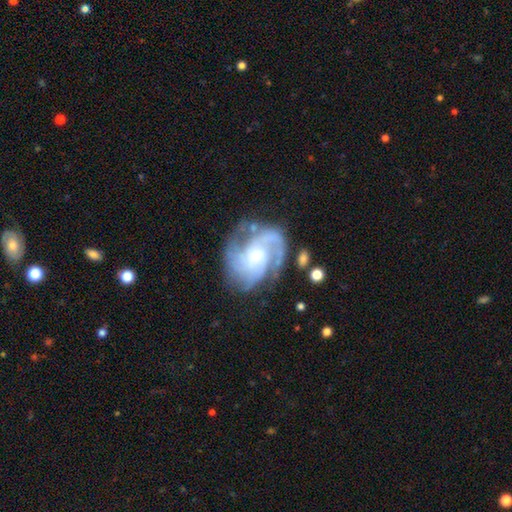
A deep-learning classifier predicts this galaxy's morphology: type=featured or disk (88%); edge-on=no (98%); bar=no (56%); spiral arms=yes (97%); winding=tight (45%); arm count=2 (41%); bulge=moderate (37%); merging=none (67%).